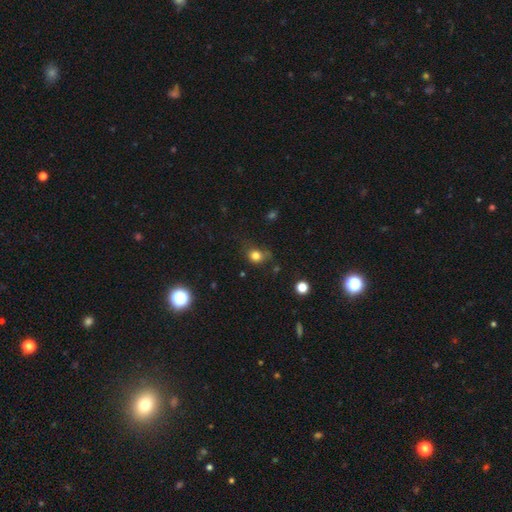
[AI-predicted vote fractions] The model was most divided on "merging": none: 57%, minor disturbance: 28%, major disturbance: 12%, merger: 3%. More confident: smooth or featured — smooth (79%); how rounded — round (69%).